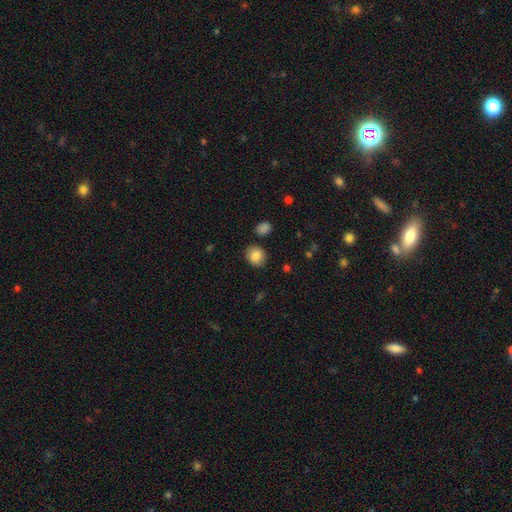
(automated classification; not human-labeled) The model was most divided on "how rounded": round: 75%, in between: 24%, cigar-shaped: 1%. More confident: smooth or featured — smooth (86%); merging — none (85%).